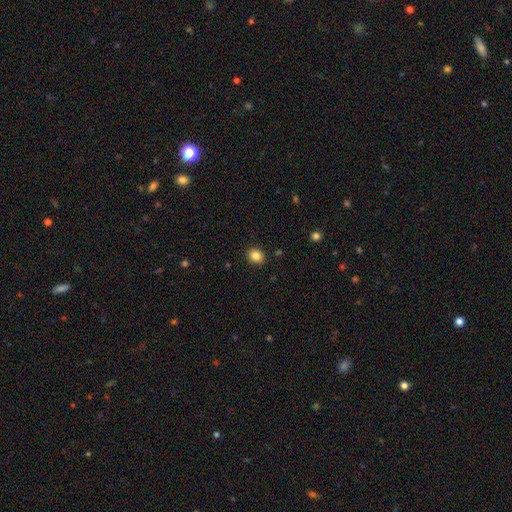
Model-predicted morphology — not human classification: Smooth or featured? smooth (85%)
How rounded? round (63%)
Merging? none (89%)